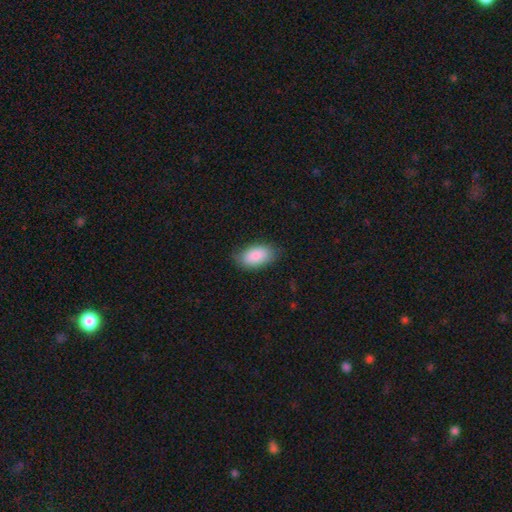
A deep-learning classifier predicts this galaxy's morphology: Smooth or featured?
  - smooth: 88% *
  - star or artifact: 6%
  - featured or disk: 6%
How rounded?
  - in between: 94% *
  - round: 4%
  - cigar-shaped: 2%
Merging?
  - none: 80% *
  - minor disturbance: 15%
  - major disturbance: 3%
  - merger: 1%